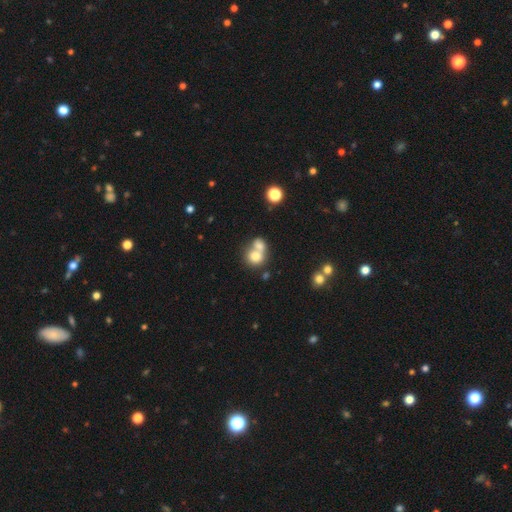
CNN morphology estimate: Smooth or featured? Predicted: smooth (p=0.75). How rounded? Predicted: round (p=0.71). Merging? Predicted: merger (p=0.63).